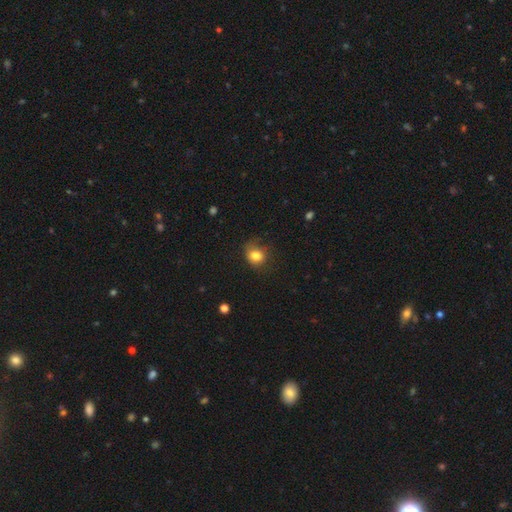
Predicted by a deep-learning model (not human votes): smooth 82%, star or artifact 11%, featured or disk 8%. Down the decision tree: how rounded — round (70%); merging — none (62%).